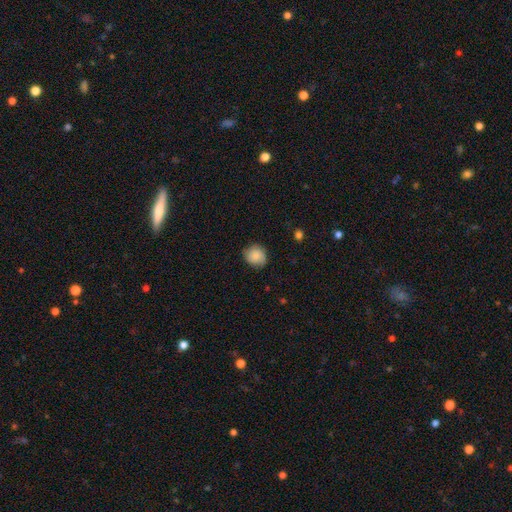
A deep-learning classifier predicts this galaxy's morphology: type=smooth (86%); roundness=round (80%); merging=none (80%).